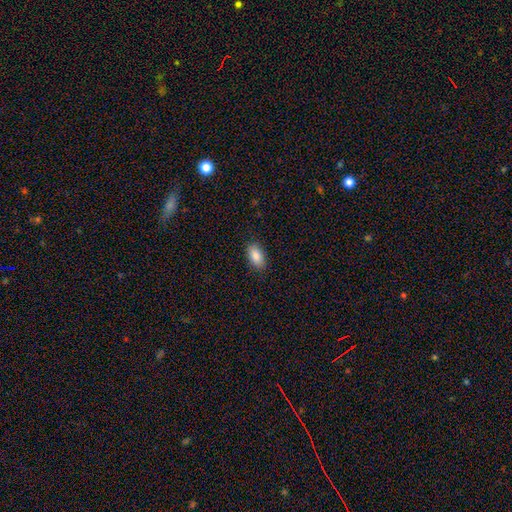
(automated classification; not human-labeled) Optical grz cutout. It shows a smooth galaxy with no disk features (87%) that is in between round and cigar-shaped (92%). Merging: none (88%).